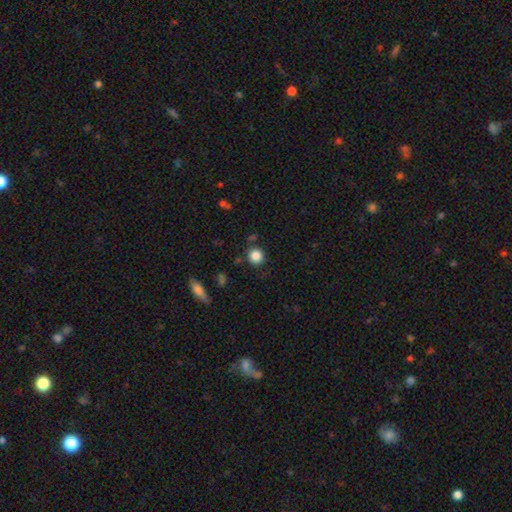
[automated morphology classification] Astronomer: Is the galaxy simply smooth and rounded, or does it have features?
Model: smooth — 85%.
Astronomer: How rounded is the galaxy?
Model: round — 92%.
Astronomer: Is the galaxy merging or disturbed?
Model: none — 85%.